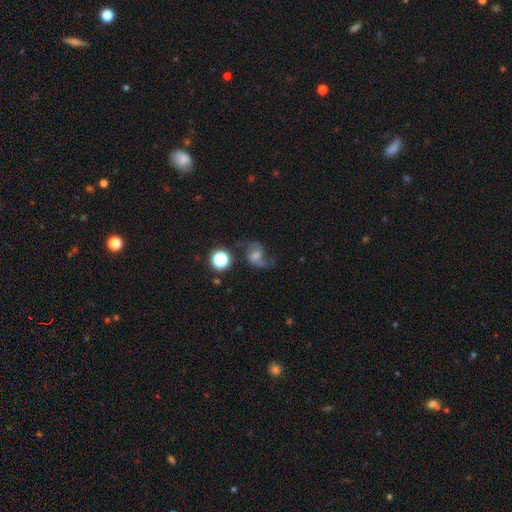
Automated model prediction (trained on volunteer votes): Overall: featured or disk (48%; smooth 35%). Merging: none (45%; major disturbance 25%).